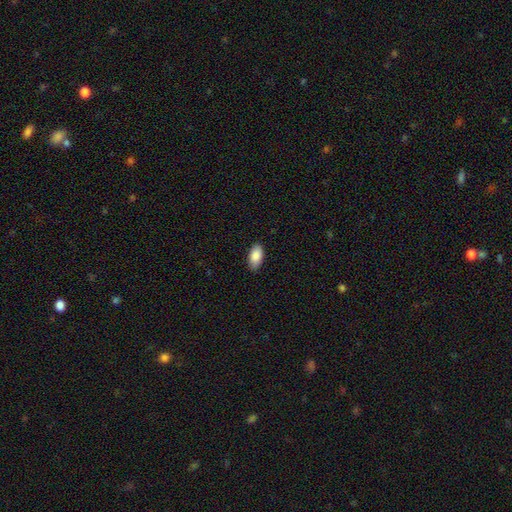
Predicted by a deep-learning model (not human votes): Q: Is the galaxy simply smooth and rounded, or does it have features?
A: smooth — 88%.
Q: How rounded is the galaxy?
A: in between — 94%.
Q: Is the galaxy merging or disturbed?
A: none — 86%.